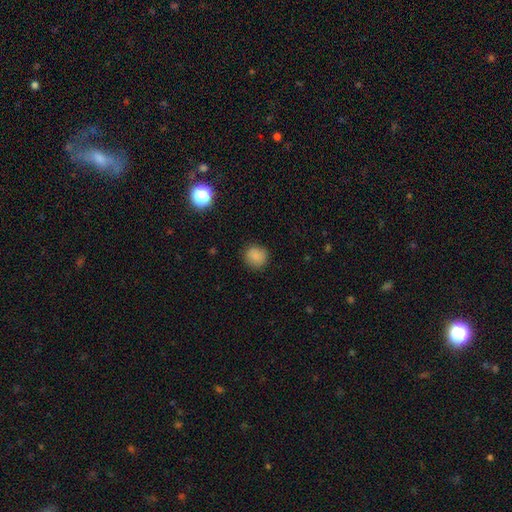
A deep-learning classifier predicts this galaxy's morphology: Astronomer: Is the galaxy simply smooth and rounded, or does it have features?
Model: smooth — 85%.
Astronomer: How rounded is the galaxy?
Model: round — 88%.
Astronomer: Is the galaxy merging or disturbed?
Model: none — 86%.